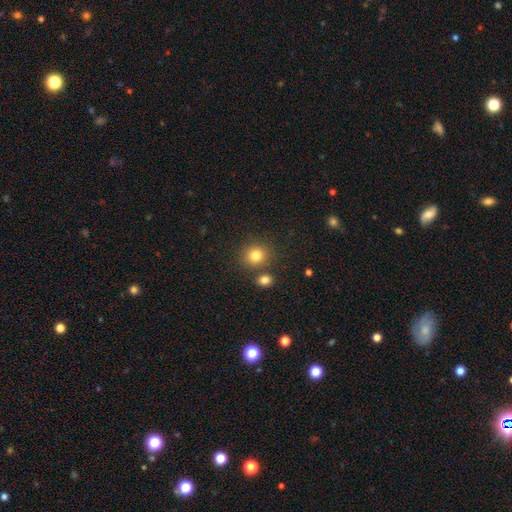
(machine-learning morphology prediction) smooth 81%, star or artifact 12%, featured or disk 6%. Down the decision tree: how rounded — round (84%); merging — none (76%).